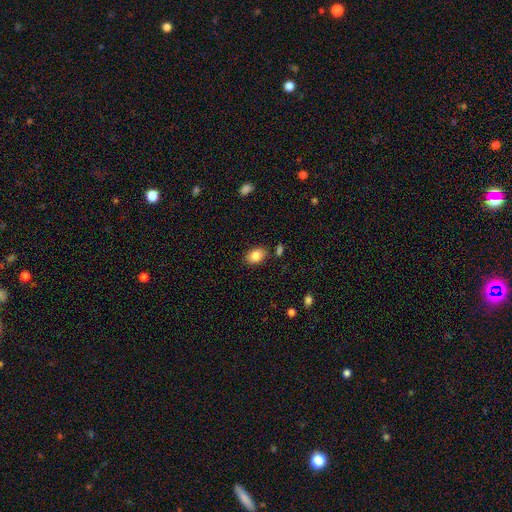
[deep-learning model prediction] This appears to be a smooth galaxy with no disk features (84%) that is in between round and cigar-shaped (79%). Merging: none (81%).